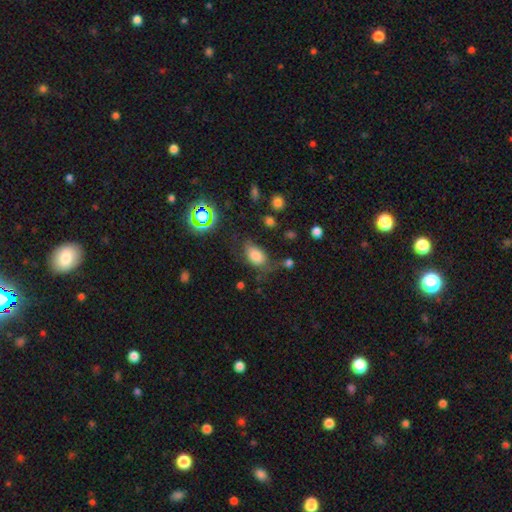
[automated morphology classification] Smooth or featured?
  - smooth: 75% *
  - star or artifact: 13%
  - featured or disk: 12%
How rounded?
  - in between: 86% *
  - round: 12%
  - cigar-shaped: 2%
Merging?
  - none: 50% *
  - minor disturbance: 27%
  - major disturbance: 18%
  - merger: 5%